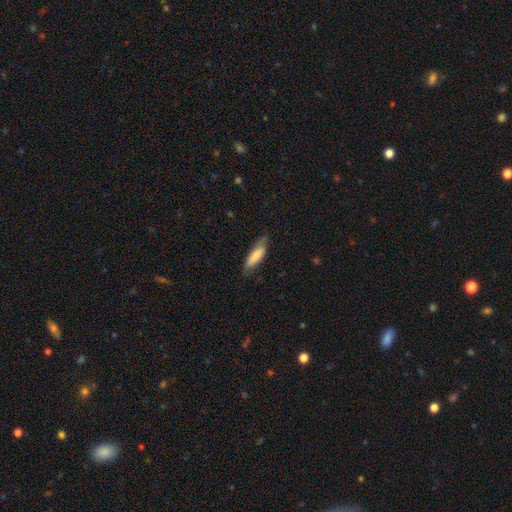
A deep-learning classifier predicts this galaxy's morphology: Overall: smooth (76%). How rounded: cigar-shaped (58%; in between 40%). Merging: none (70%).